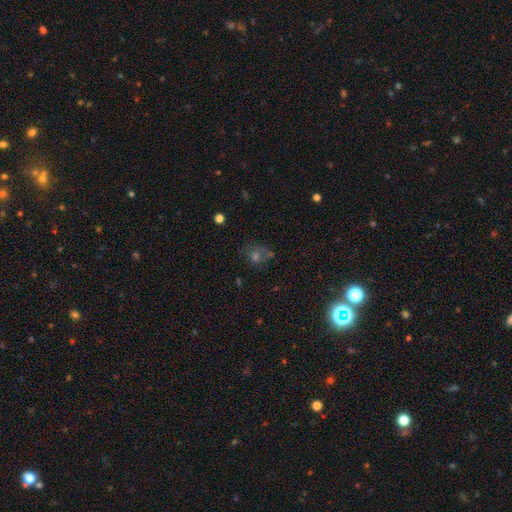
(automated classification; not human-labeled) The model was most divided on "smooth or featured": smooth: 44%, star or artifact: 33%, featured or disk: 23%. More confident: merging — none (54%).